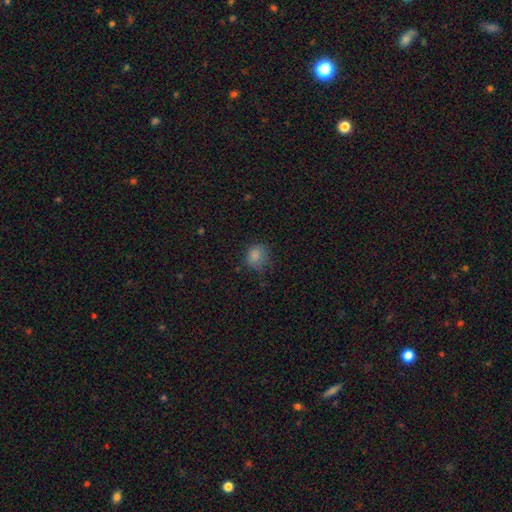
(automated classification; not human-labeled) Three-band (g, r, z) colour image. It shows a smooth galaxy with no disk features (81%) that is round (67%). Merging: none (61%).